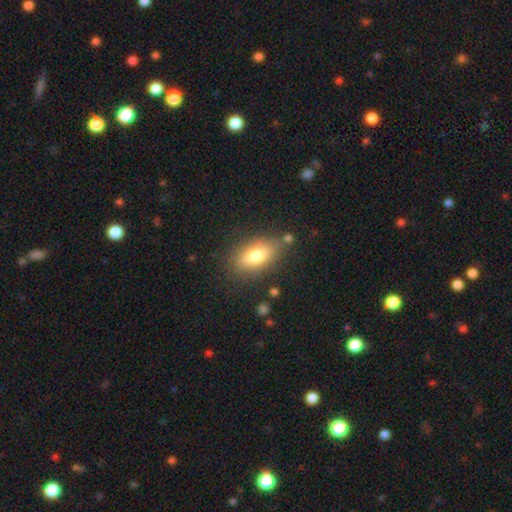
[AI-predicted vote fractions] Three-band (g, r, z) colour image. It shows a smooth galaxy with no disk features (76%) that is in between round and cigar-shaped (86%). Merging: none (74%).